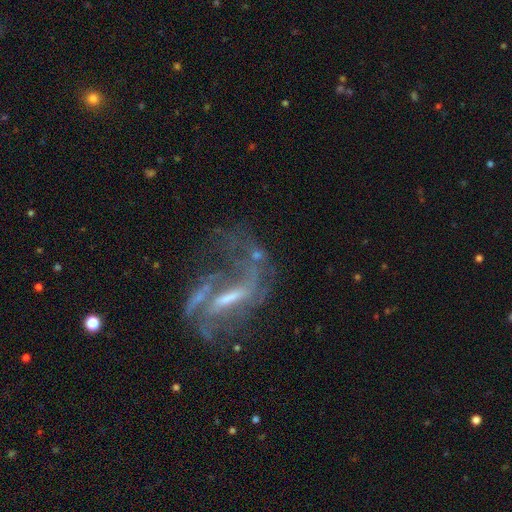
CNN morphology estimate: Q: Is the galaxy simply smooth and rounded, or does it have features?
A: featured or disk — 77%.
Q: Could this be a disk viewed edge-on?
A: no — 88%.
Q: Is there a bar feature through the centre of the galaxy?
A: strong — 51%.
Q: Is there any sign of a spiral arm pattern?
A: yes — 74%.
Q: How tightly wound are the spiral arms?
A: loose — 53%.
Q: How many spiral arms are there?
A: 2 — 52%.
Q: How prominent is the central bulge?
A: small — 35%.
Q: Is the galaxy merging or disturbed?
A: none — 37%.